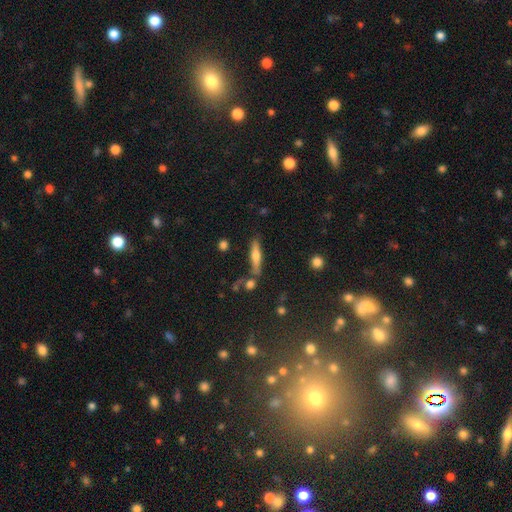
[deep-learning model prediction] A smooth galaxy with no disk features (53%) that is cigar-shaped (79%).

Vote fractions:
- Smooth or featured? smooth: 53% / featured or disk: 39% / star or artifact: 8%
- How rounded? cigar-shaped: 79% / in between: 18% / round: 3%
- Merging? none: 72% / minor disturbance: 14% / merger: 10% / major disturbance: 4%